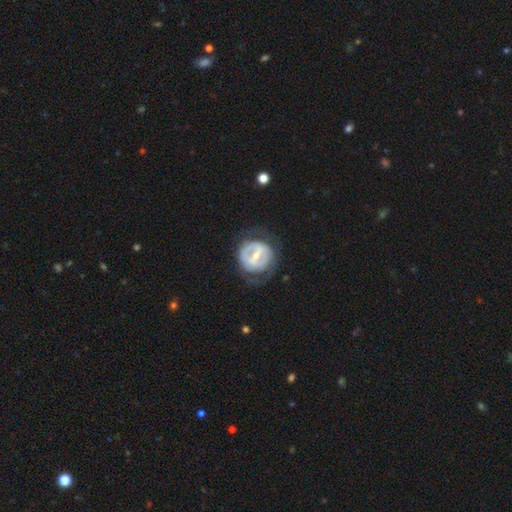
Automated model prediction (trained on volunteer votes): Morphology: type=featured or disk (72%); edge-on=no (95%); bar=strong (51%); spiral arms=yes (51%); bulge=small (49%); merging=none (60%).